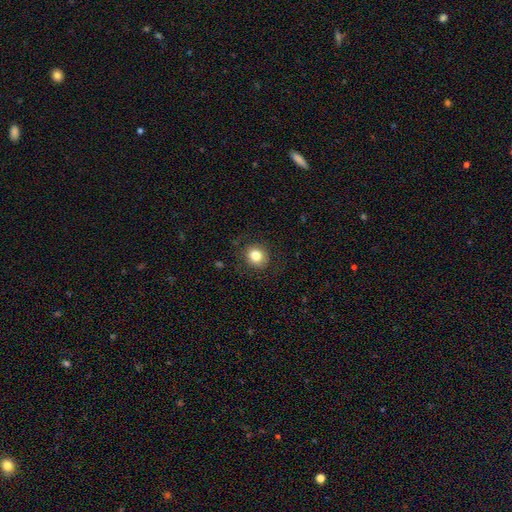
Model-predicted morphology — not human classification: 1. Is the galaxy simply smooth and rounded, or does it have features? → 82% smooth, 10% star or artifact, 7% featured or disk.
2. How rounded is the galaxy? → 80% round, 19% in between, 1% cigar-shaped.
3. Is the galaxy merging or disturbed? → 87% none, 9% minor disturbance, 3% major disturbance, 1% merger.